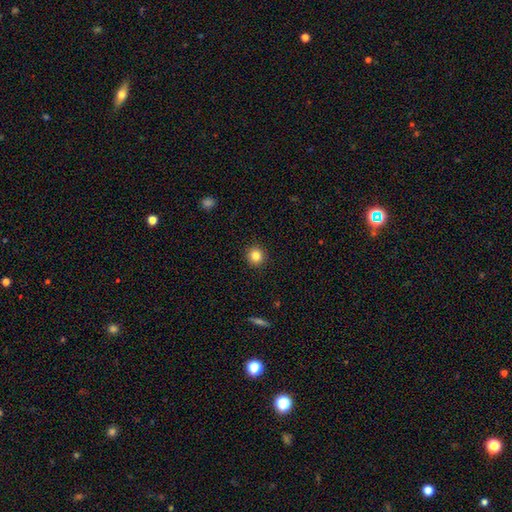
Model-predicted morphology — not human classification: This appears to be a smooth galaxy with no disk features (84%) that is round (93%). Merging: none (92%).